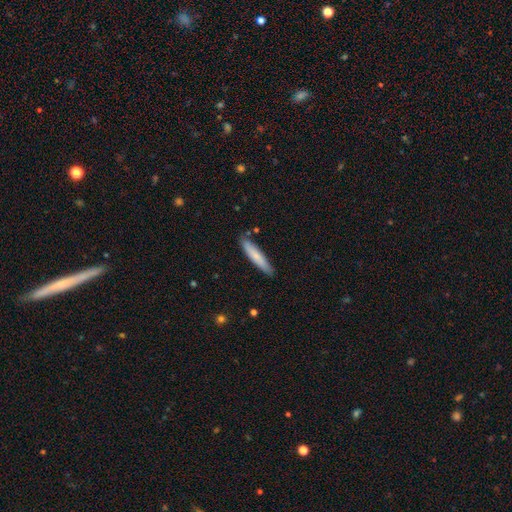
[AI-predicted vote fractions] The model was most divided on "smooth or featured": smooth: 74%, featured or disk: 20%, star or artifact: 6%. More confident: how rounded — cigar-shaped (88%); merging — none (86%).